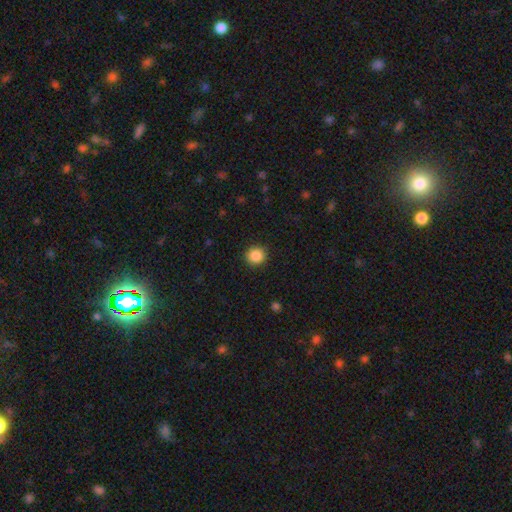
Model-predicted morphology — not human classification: This is clearly a smooth galaxy (87%). How rounded: clearly round (92%). Merging: clearly none (91%).